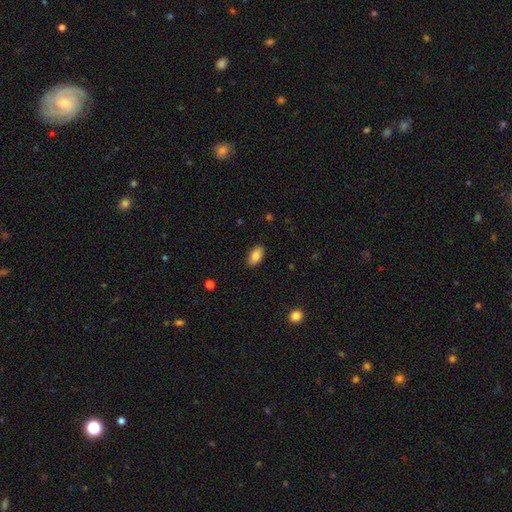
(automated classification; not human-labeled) This appears to be a smooth galaxy with no disk features (84%) that is in between round and cigar-shaped (92%). Merging: none (88%).